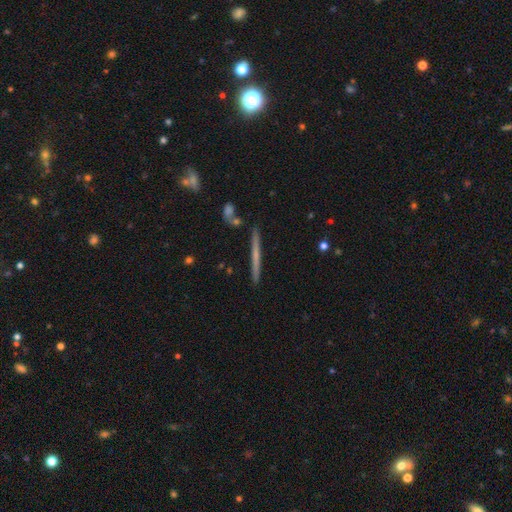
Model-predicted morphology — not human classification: Smooth or featured? Predicted: featured or disk (p=0.53). Edge-on disk? Predicted: yes (p=0.97). Edge-on bulge? Predicted: none (p=0.78). Merging? Predicted: none (p=0.89).